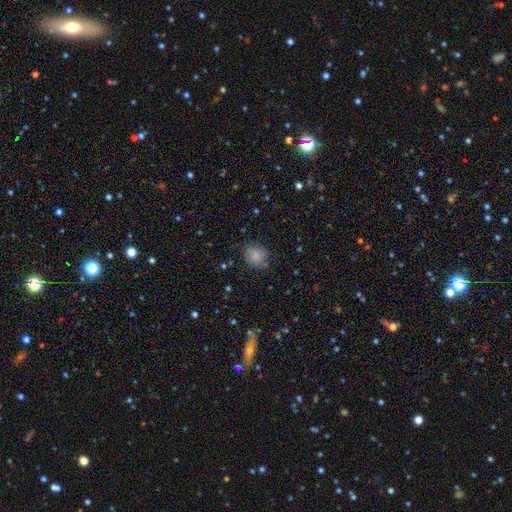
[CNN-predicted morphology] type=smooth (76%); roundness=round (69%); merging=none (74%).